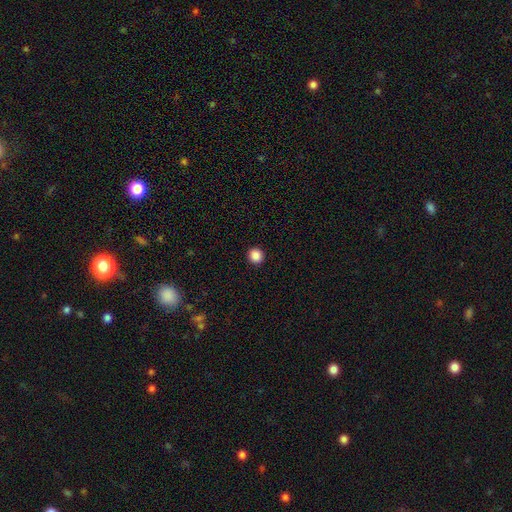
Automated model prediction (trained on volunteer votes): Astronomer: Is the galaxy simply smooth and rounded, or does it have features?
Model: smooth — 87%.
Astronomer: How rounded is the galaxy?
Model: round — 95%.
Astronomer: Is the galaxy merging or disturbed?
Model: none — 94%.